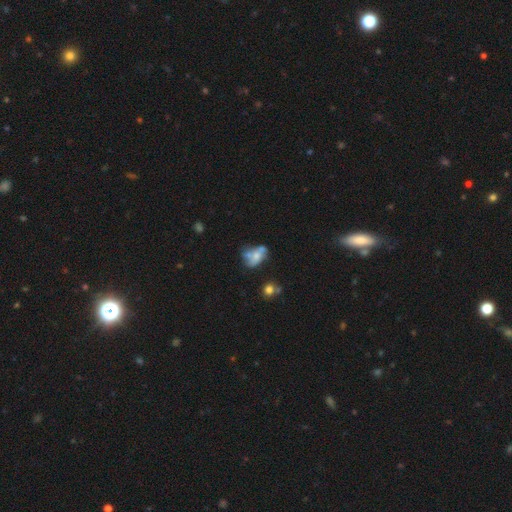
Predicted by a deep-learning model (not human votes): A smooth galaxy with no disk features (46%).

Vote fractions:
- Smooth or featured? smooth: 46% / featured or disk: 41% / star or artifact: 12%
- Merging? merger: 34% / none: 28% / minor disturbance: 19% / major disturbance: 19%